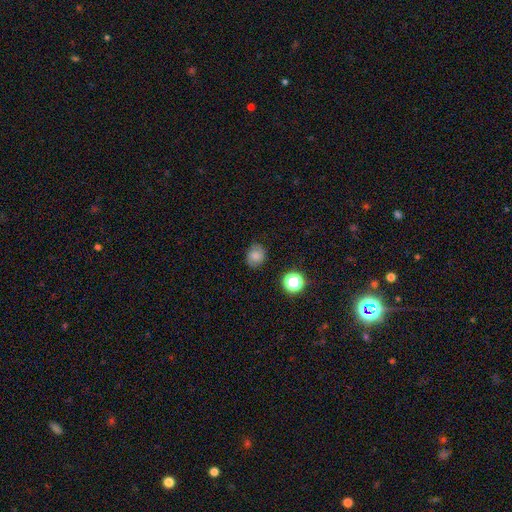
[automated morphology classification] Smooth or featured: smooth — 70% (featured or disk — 16%)
How rounded: round — 66% (in between — 33%)
Merging: none — 78% (minor disturbance — 16%)